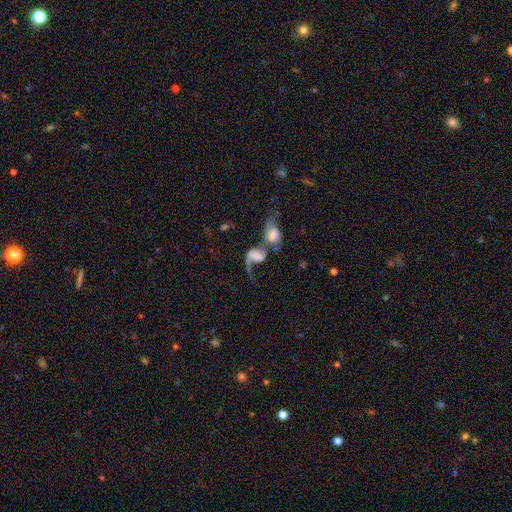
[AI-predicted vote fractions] featured or disk 54%, smooth 36%, star or artifact 10%. Down the decision tree: edge-on disk — no (96%); bar — no (65%); spiral arms — yes (80%); bulge size — none (44%); merging — merger (65%).